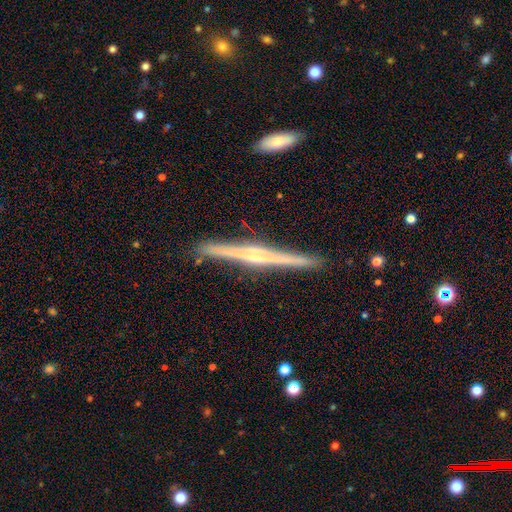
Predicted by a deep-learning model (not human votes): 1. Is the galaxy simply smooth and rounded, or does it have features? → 83% featured or disk, 12% smooth, 5% star or artifact.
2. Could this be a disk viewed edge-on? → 98% yes, 2% no.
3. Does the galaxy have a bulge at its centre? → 71% rounded, 16% none, 13% boxy.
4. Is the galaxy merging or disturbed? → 91% none, 6% minor disturbance, 1% merger, 1% major disturbance.